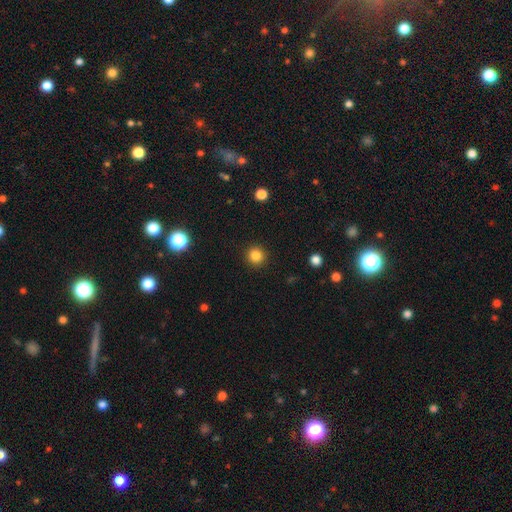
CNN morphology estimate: A smooth galaxy with no disk features (84%) that is round (95%). Merging: none (92%).